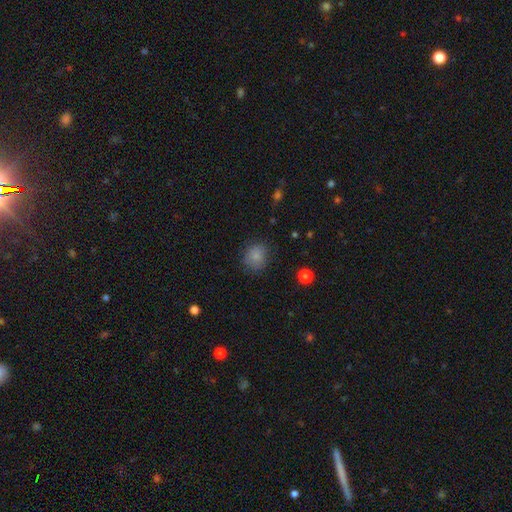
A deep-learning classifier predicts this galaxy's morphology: Smooth or featured?
  - smooth: 82% *
  - star or artifact: 11%
  - featured or disk: 6%
How rounded?
  - round: 69% *
  - in between: 31%
  - cigar-shaped: 1%
Merging?
  - none: 74% *
  - minor disturbance: 19%
  - major disturbance: 6%
  - merger: 1%